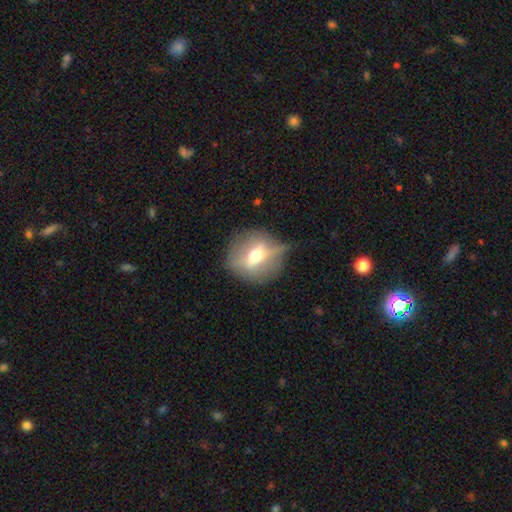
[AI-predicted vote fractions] A featured or disk galaxy (50%).

Vote fractions:
- Smooth or featured? featured or disk: 50% / smooth: 40% / star or artifact: 10%
- Edge-on disk? no: 60% / yes: 40%
- Merging? none: 62% / minor disturbance: 24% / major disturbance: 11% / merger: 2%